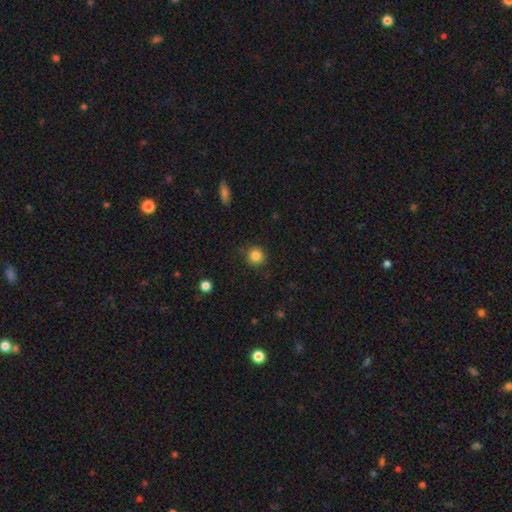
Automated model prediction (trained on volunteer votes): Smooth or featured: smooth — 85% (star or artifact — 11%)
How rounded: round — 93% (in between — 6%)
Merging: none — 87% (minor disturbance — 9%)